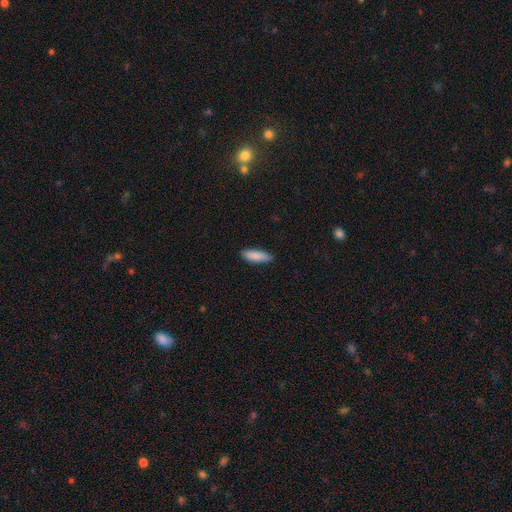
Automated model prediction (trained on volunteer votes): A smooth galaxy with no disk features (88%) that is in between round and cigar-shaped (50%). Merging: none (86%).